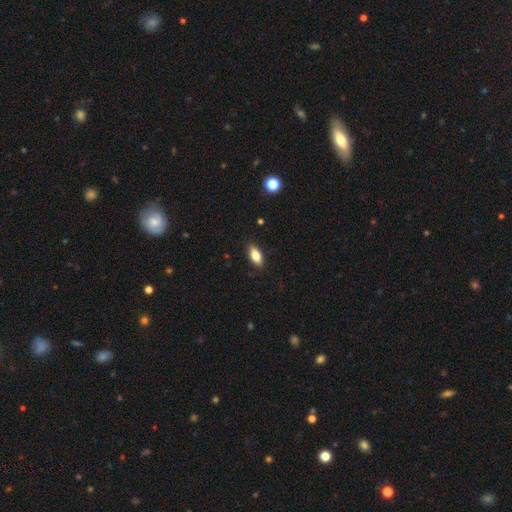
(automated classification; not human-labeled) Smooth or featured: smooth — 79% (featured or disk — 14%)
How rounded: in between — 84% (cigar-shaped — 12%)
Merging: none — 87% (minor disturbance — 9%)